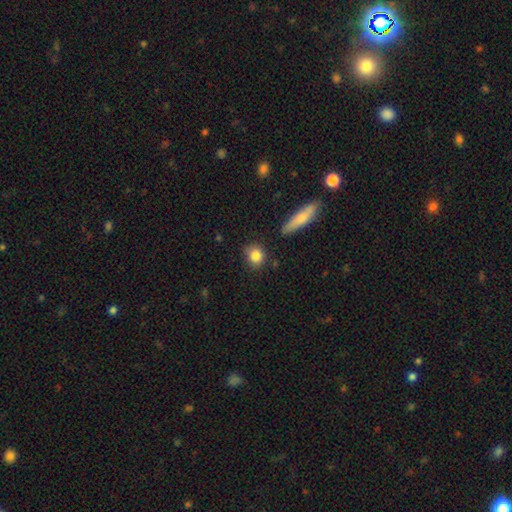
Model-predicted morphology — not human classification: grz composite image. It shows a smooth galaxy with no disk features (85%) that is round (76%). Merging: none (82%).